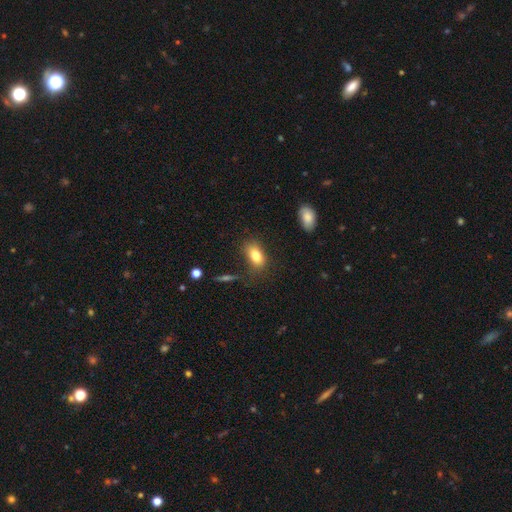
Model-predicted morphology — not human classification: smooth 81%, featured or disk 10%, star or artifact 9%. Down the decision tree: how rounded — in between (87%); merging — none (72%).